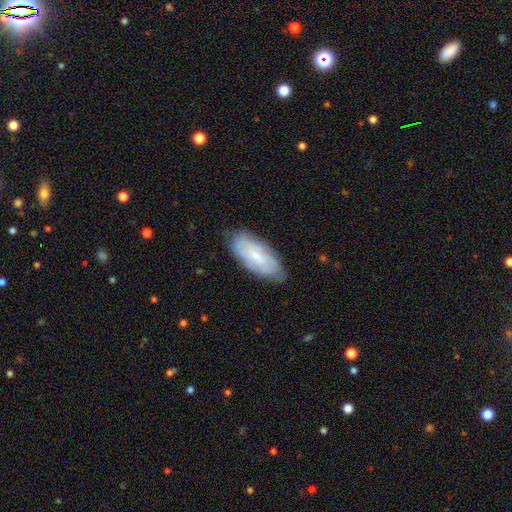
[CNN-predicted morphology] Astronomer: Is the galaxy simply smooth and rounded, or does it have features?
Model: smooth — 52% (runner-up: featured or disk, 41%).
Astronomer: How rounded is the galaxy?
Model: in between — 86%.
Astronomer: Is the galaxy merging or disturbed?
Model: none — 75%.